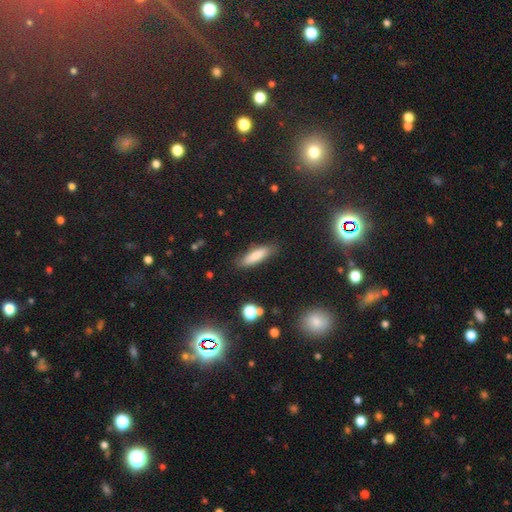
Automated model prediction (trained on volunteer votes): This is clearly a smooth galaxy (81%). How rounded: possibly cigar-shaped (59%). Merging: clearly none (83%).